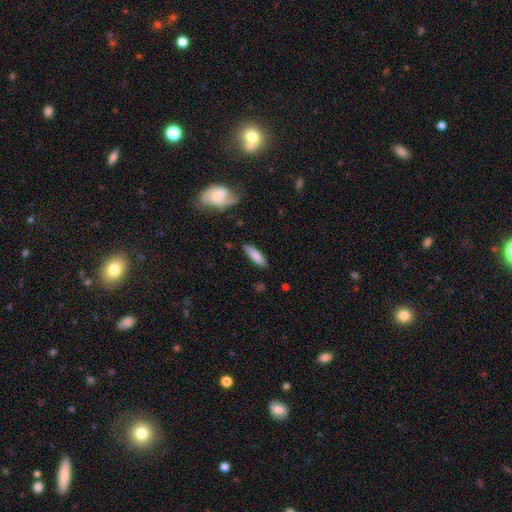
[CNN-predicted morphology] A smooth galaxy with no disk features (81%) that is cigar-shaped (52%).

Vote fractions:
- Smooth or featured? smooth: 81% / featured or disk: 13% / star or artifact: 6%
- How rounded? cigar-shaped: 52% / in between: 46% / round: 2%
- Merging? none: 80% / minor disturbance: 15% / major disturbance: 3% / merger: 2%